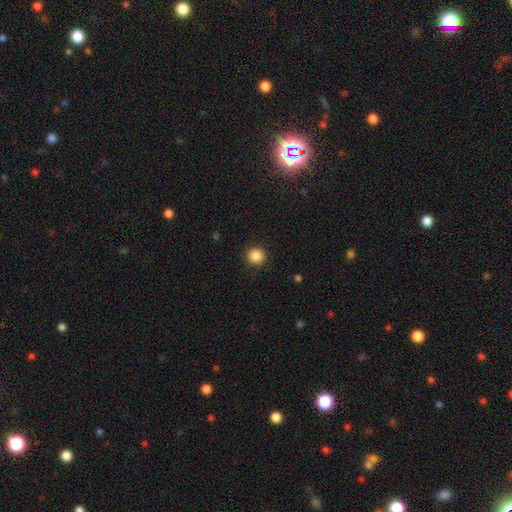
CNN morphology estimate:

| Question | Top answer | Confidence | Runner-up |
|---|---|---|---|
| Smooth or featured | smooth | 87% | star or artifact (10%) |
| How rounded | round | 91% | in between (8%) |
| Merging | none | 91% | minor disturbance (6%) |